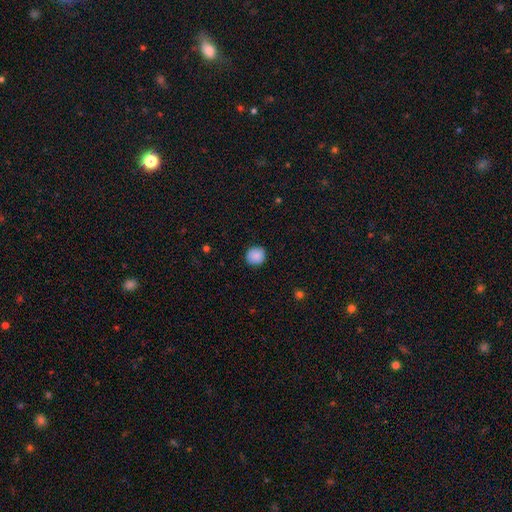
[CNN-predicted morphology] Smooth or featured: smooth — 88% (star or artifact — 8%)
How rounded: round — 89% (in between — 10%)
Merging: none — 88% (minor disturbance — 9%)